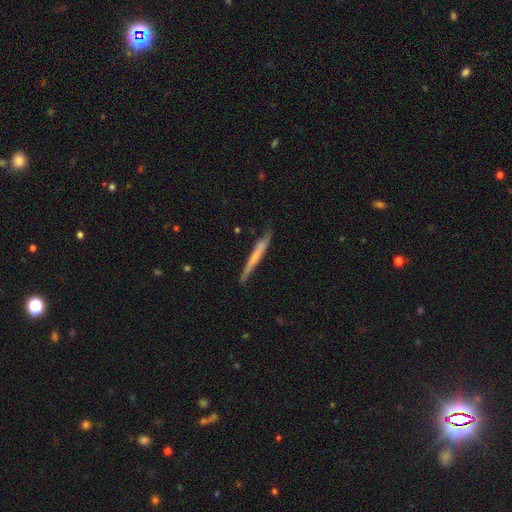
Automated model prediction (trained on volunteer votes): Morphology: type=smooth (50%); merging=none (75%).